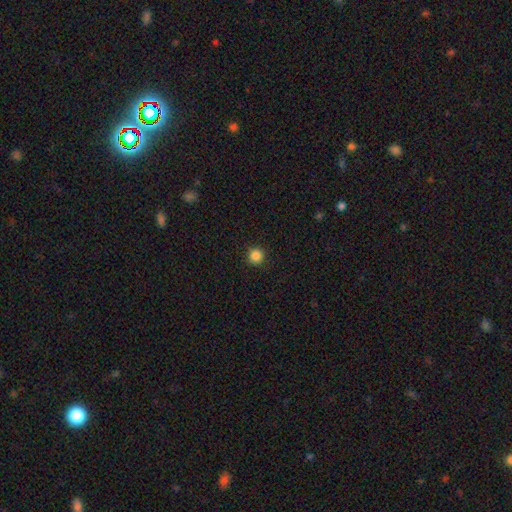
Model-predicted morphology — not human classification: Smooth or featured? Predicted: smooth (p=0.85). How rounded? Predicted: round (p=0.96). Merging? Predicted: none (p=0.92).